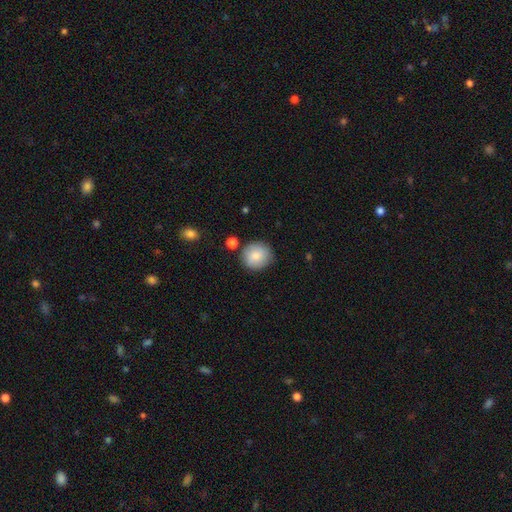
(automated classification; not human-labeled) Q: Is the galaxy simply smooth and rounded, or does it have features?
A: smooth — 83%.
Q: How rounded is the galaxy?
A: round — 89%.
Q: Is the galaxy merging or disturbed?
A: none — 83%.